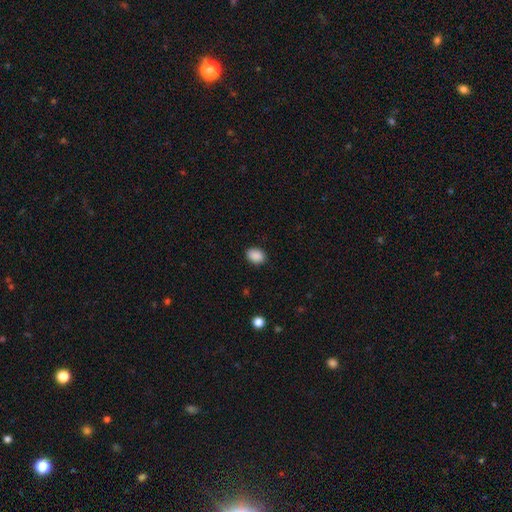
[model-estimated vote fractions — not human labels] smooth-or-featured: smooth: 89% | star or artifact: 8% | featured or disk: 2%
  how-rounded: in between: 68% | round: 31% | cigar-shaped: 1%
  merging: none: 88% | minor disturbance: 9% | major disturbance: 2% | merger: 1%